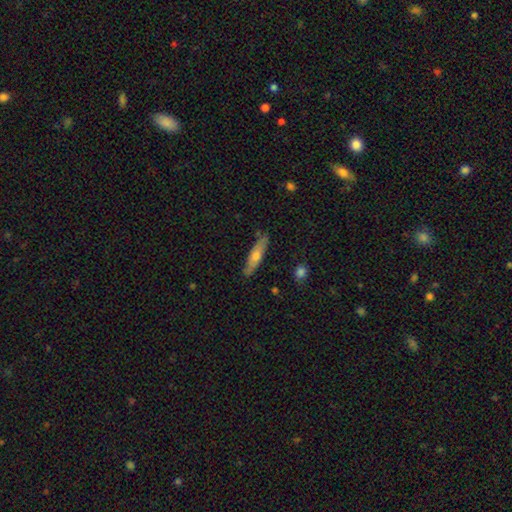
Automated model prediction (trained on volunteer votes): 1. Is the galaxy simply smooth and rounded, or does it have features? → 56% smooth, 38% featured or disk, 6% star or artifact.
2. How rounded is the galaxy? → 77% cigar-shaped, 21% in between, 2% round.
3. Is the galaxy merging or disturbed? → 83% none, 13% minor disturbance, 2% major disturbance, 2% merger.